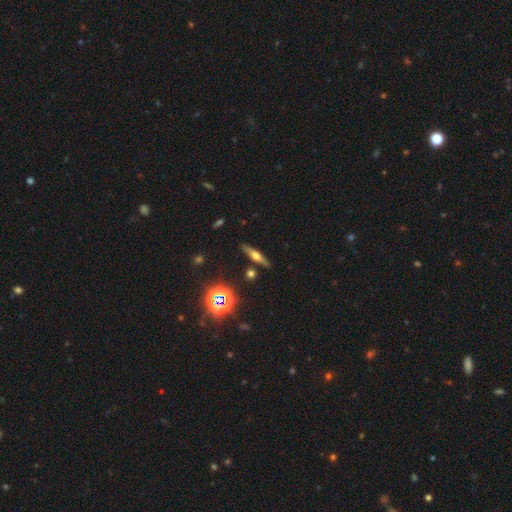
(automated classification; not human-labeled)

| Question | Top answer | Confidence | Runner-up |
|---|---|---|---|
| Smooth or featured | featured or disk | 59% | smooth (28%) |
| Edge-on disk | yes | 95% | no (5%) |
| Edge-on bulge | rounded | 91% | boxy (6%) |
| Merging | none | 87% | minor disturbance (8%) |